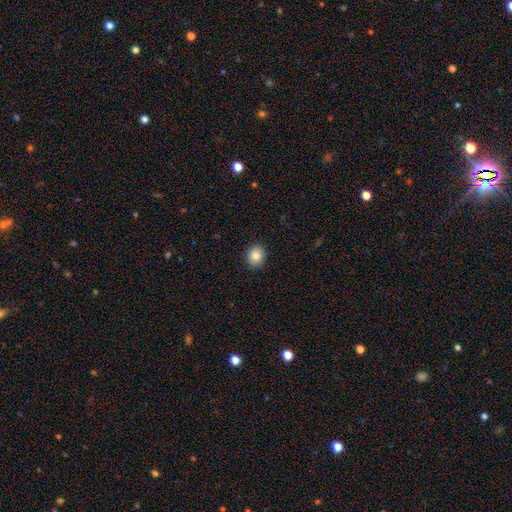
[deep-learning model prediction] Smooth or featured? Predicted: smooth (p=0.83). How rounded? Predicted: round (p=0.69). Merging? Predicted: none (p=0.91).